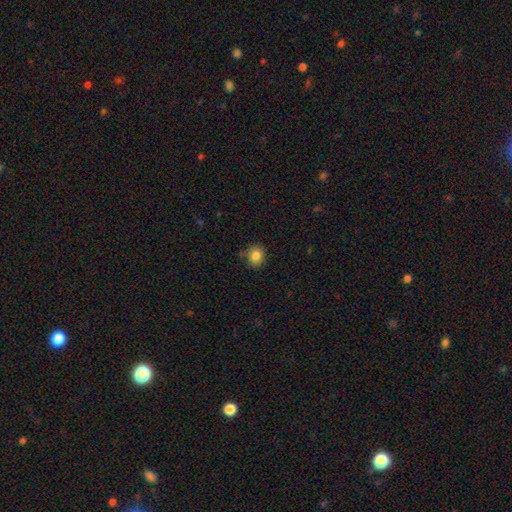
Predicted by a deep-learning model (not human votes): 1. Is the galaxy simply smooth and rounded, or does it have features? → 84% smooth, 10% star or artifact, 6% featured or disk.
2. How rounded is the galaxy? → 78% round, 21% in between, 1% cigar-shaped.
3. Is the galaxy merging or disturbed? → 80% none, 15% minor disturbance, 3% major disturbance, 2% merger.